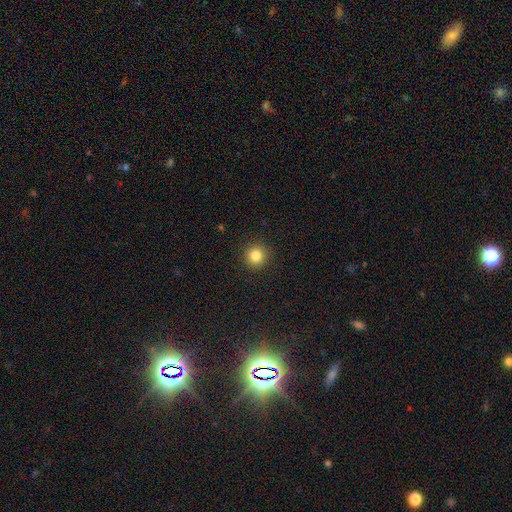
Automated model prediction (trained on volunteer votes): Overall: smooth (84%). How rounded: round (95%). Merging: none (92%).